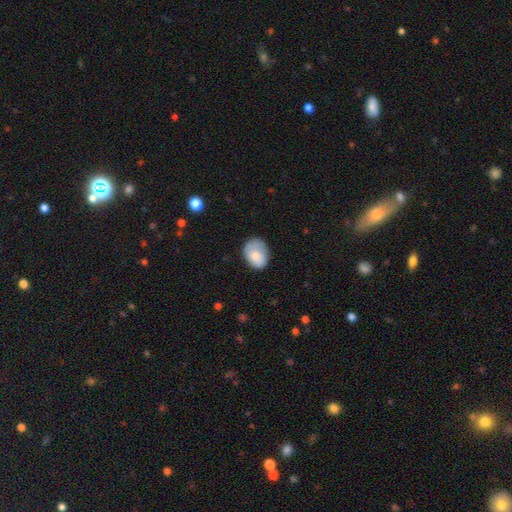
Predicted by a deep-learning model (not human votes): Q: Smooth or featured?
A: smooth (75%); runner-up: featured or disk (18%)
Q: How rounded?
A: in between (67%); runner-up: round (32%)
Q: Merging?
A: none (64%); runner-up: minor disturbance (26%)